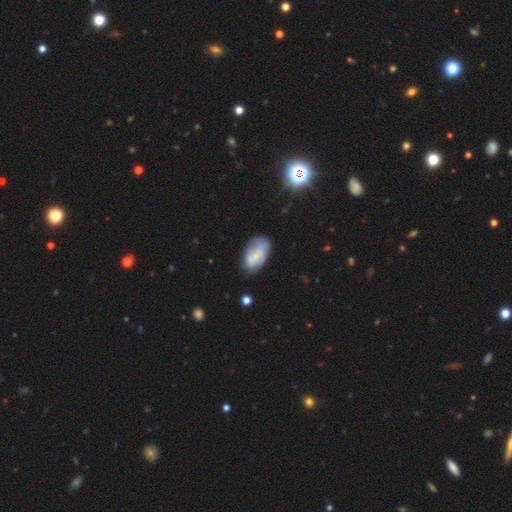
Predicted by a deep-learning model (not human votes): The model was most divided on "smooth or featured": smooth: 55%, featured or disk: 37%, star or artifact: 8%. More confident: how rounded — in between (92%); merging — none (65%).